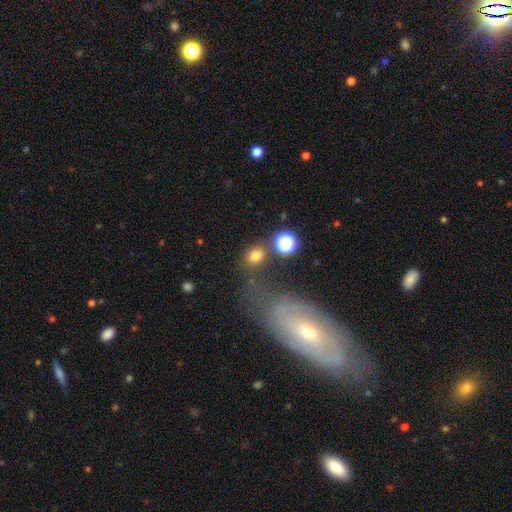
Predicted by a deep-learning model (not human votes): Smooth or featured? Predicted: smooth (p=0.76). How rounded? Predicted: in between (p=0.52). Merging? Predicted: none (p=0.70).